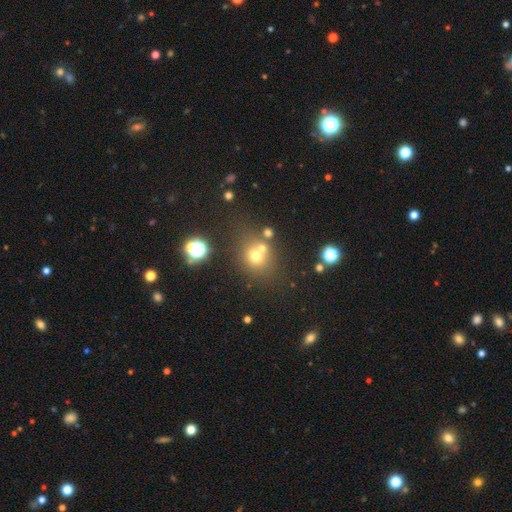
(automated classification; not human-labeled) Overall: smooth (64%). How rounded: round (79%). Merging: none (57%; merger 28%).